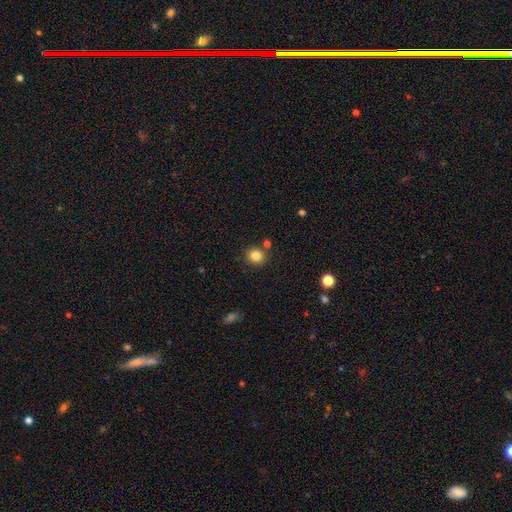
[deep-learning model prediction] smooth_or_featured: smooth (p=0.83) [alt: star or artifact p=0.12]
how_rounded: round (p=0.86) [alt: in between p=0.13]
merging: none (p=0.84) [alt: minor disturbance p=0.08]